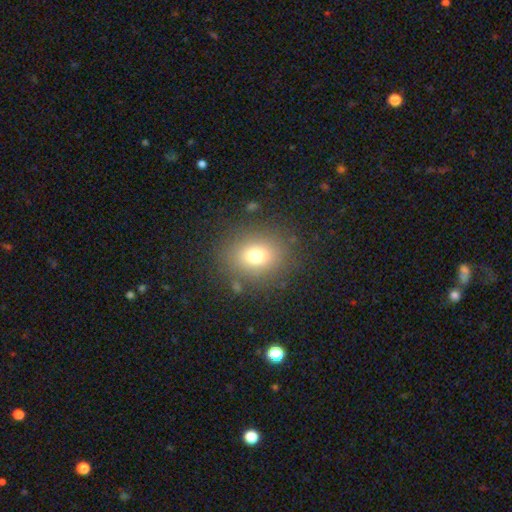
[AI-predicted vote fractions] Smooth or featured?
  - smooth: 72% *
  - star or artifact: 16%
  - featured or disk: 12%
How rounded?
  - round: 64% *
  - in between: 35%
  - cigar-shaped: 1%
Merging?
  - none: 83% *
  - minor disturbance: 9%
  - major disturbance: 5%
  - merger: 2%